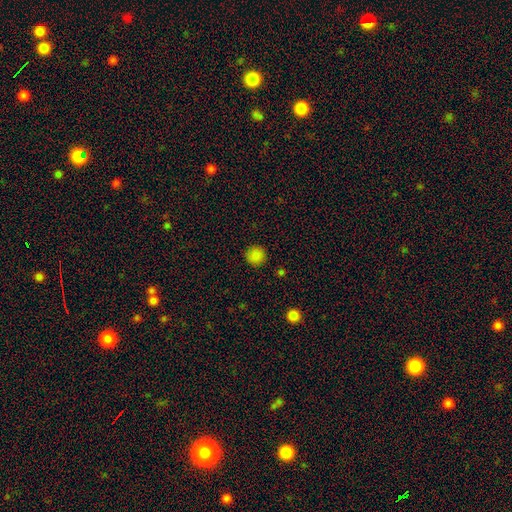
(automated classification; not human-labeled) This is clearly a smooth galaxy (86%). How rounded: clearly round (94%). Merging: clearly none (91%).